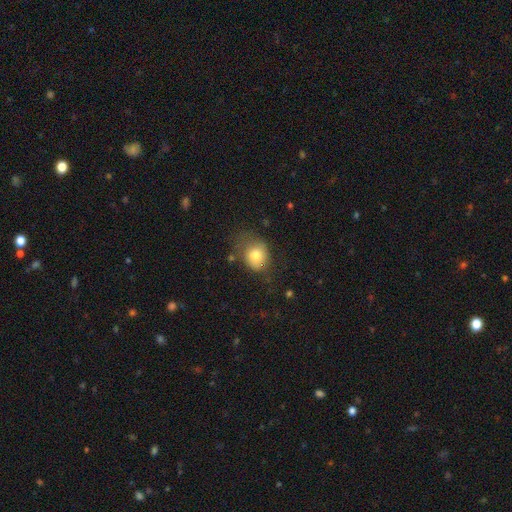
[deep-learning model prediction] Smooth or featured? smooth (77%)
How rounded? round (56%)
Merging? none (51%)